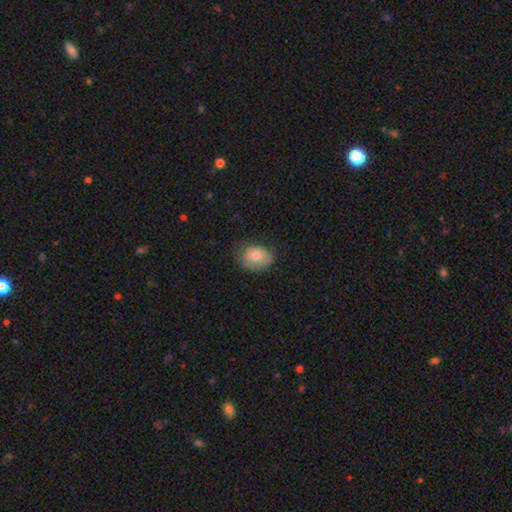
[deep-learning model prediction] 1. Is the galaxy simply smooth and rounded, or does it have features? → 70% smooth, 23% featured or disk, 8% star or artifact.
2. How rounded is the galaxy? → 55% in between, 44% round, 1% cigar-shaped.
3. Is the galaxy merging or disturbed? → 62% none, 29% minor disturbance, 9% major disturbance, 1% merger.